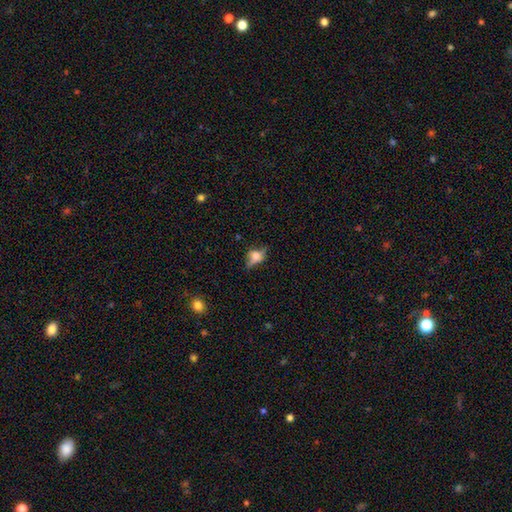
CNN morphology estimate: Smooth or featured? smooth (45%)
Merging? none (60%)